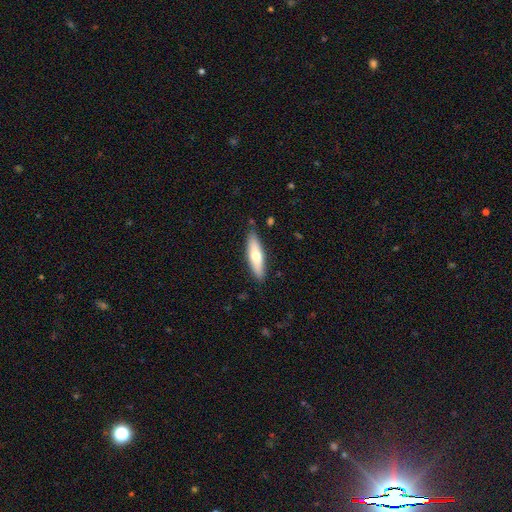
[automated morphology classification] This is likely a smooth galaxy (61%). How rounded: likely cigar-shaped (63%). Merging: clearly none (86%).